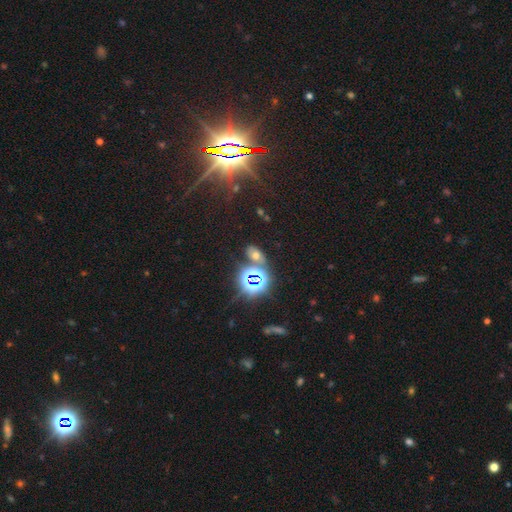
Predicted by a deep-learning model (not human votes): Smooth or featured? Predicted: smooth (p=0.45). Merging? Predicted: none (p=0.69).